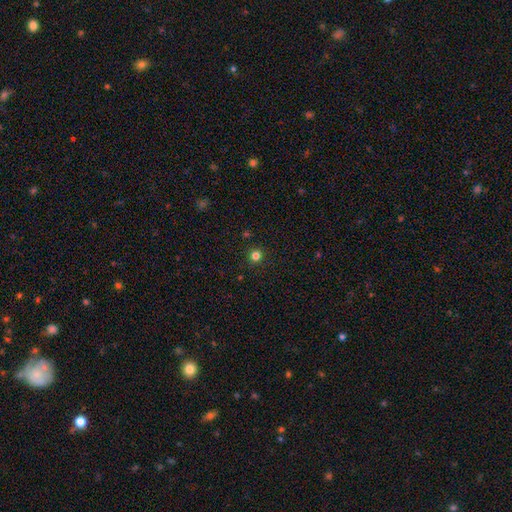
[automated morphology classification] Q: Smooth or featured?
A: smooth (80%); runner-up: star or artifact (16%)
Q: How rounded?
A: round (94%); runner-up: in between (5%)
Q: Merging?
A: none (92%); runner-up: minor disturbance (5%)